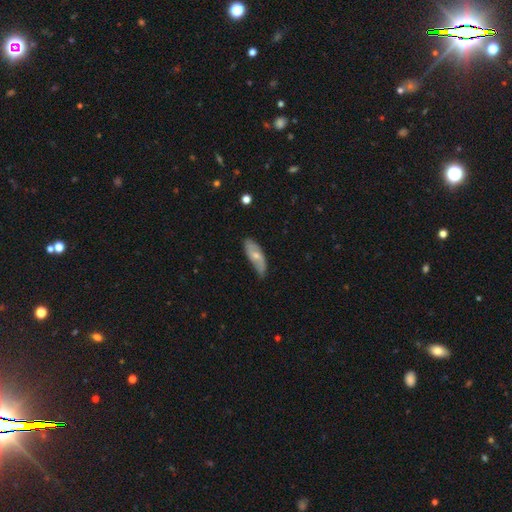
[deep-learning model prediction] A smooth galaxy with no disk features (48%). Merging: none (67%).